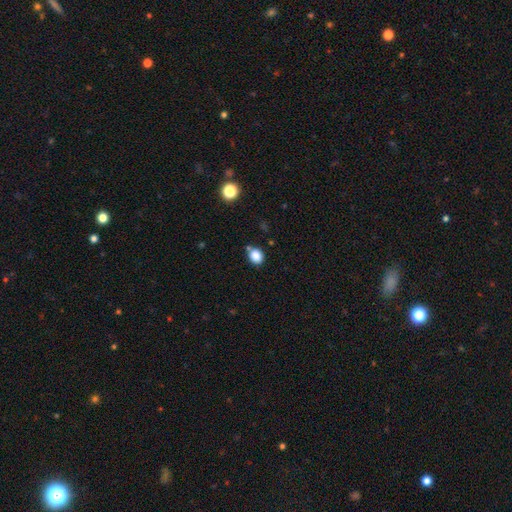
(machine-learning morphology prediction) This appears to be a smooth galaxy with no disk features (86%) that is round (60%). Merging: none (74%).